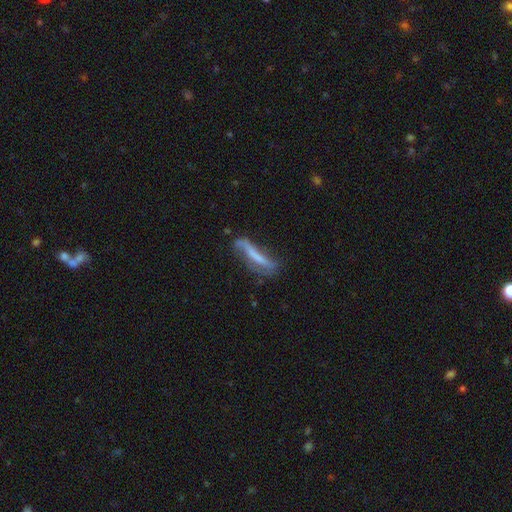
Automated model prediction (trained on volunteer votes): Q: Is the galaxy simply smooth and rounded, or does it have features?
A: smooth — 46%.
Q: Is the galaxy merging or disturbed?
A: none — 45%.